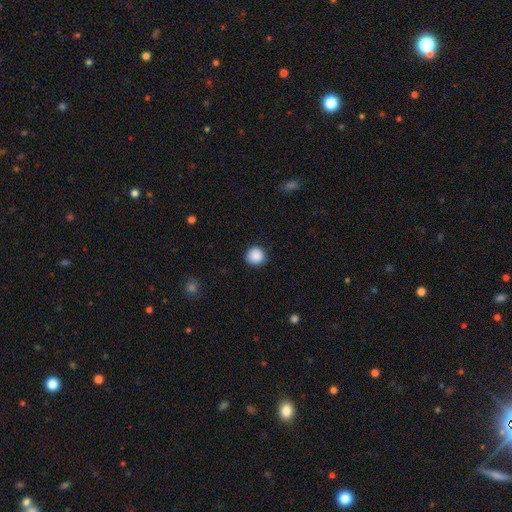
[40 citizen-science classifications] Overall: smooth (88%). How rounded: round (97%). Merging: none (92%).